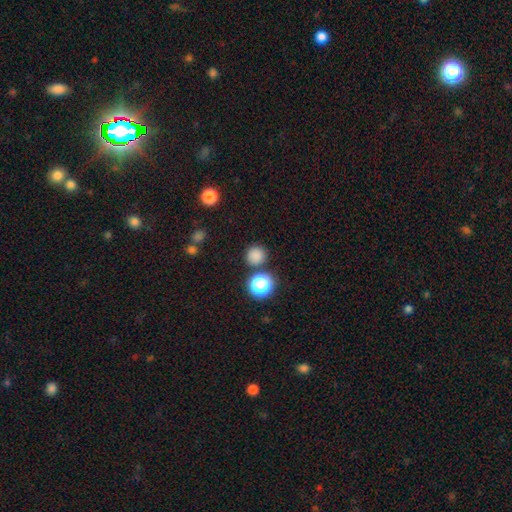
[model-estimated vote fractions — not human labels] smooth 80%, star or artifact 16%, featured or disk 4%. Down the decision tree: how rounded — round (93%); merging — none (83%).